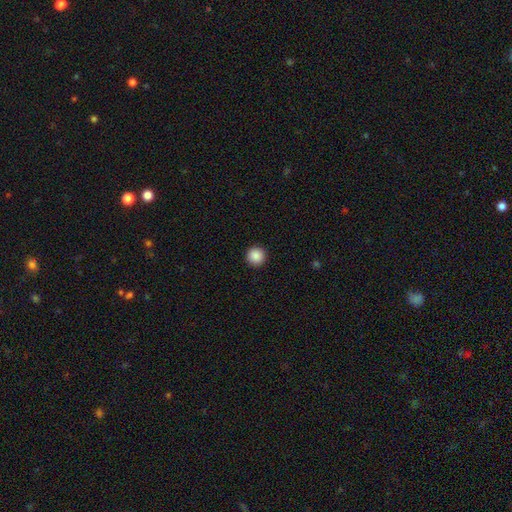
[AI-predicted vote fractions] This appears to be a smooth galaxy with no disk features (88%) that is round (96%). Merging: none (93%).